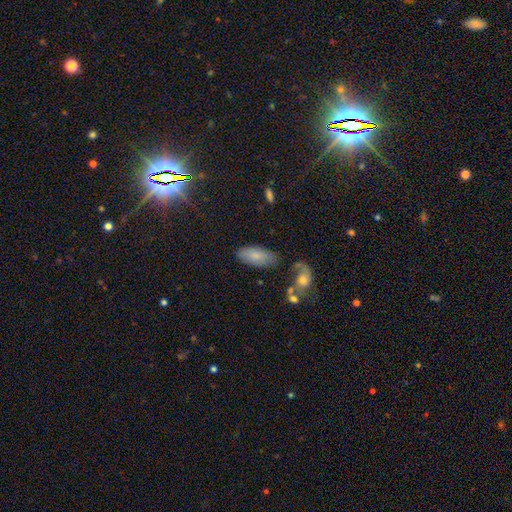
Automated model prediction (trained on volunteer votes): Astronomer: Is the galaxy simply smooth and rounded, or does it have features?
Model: smooth — 77%.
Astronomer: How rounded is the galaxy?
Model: in between — 89%.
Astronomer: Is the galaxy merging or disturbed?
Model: none — 69%.